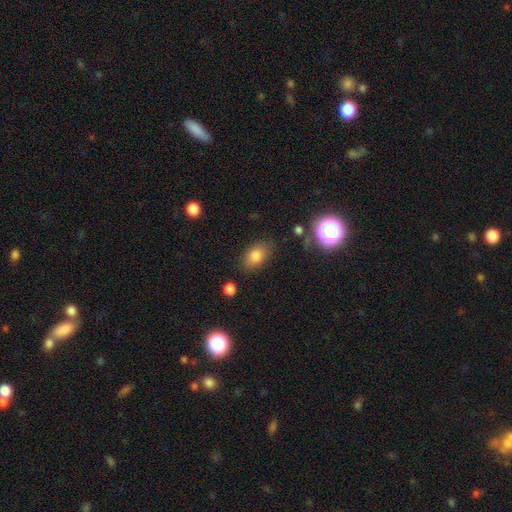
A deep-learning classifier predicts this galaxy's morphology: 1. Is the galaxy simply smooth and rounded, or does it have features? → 81% smooth, 11% star or artifact, 9% featured or disk.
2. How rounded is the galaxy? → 82% in between, 17% round, 2% cigar-shaped.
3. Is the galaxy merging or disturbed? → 79% none, 14% minor disturbance, 4% major disturbance, 2% merger.